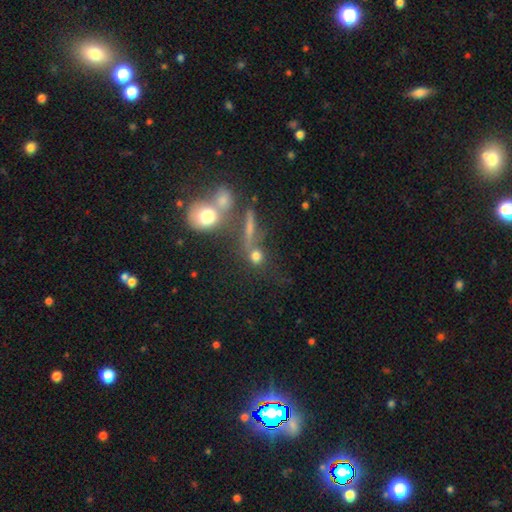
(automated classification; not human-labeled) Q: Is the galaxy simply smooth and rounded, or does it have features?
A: smooth — 65%.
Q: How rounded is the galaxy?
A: round — 76%.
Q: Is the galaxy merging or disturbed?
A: none — 51%.